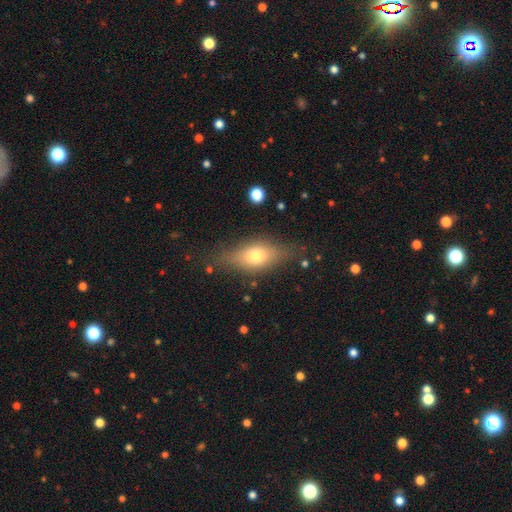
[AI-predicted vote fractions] smooth-or-featured: smooth: 61% | featured or disk: 31% | star or artifact: 8%
  how-rounded: in between: 73% | cigar-shaped: 18% | round: 8%
  merging: none: 73% | minor disturbance: 19% | major disturbance: 7% | merger: 2%